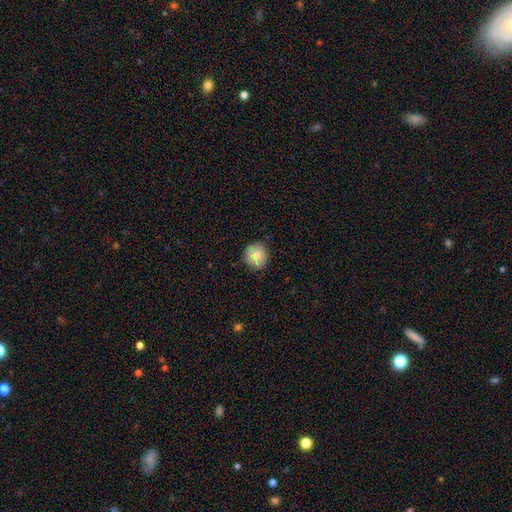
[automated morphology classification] This appears to be a smooth galaxy with no disk features (76%) that is round (86%). Merging: none (80%).